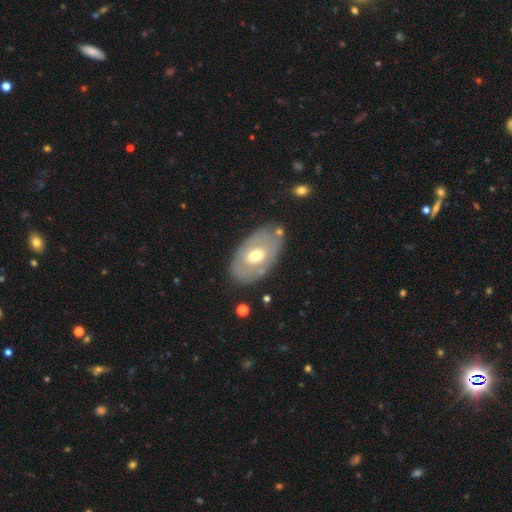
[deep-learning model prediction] Smooth or featured? featured or disk (48%)
Merging? none (76%)